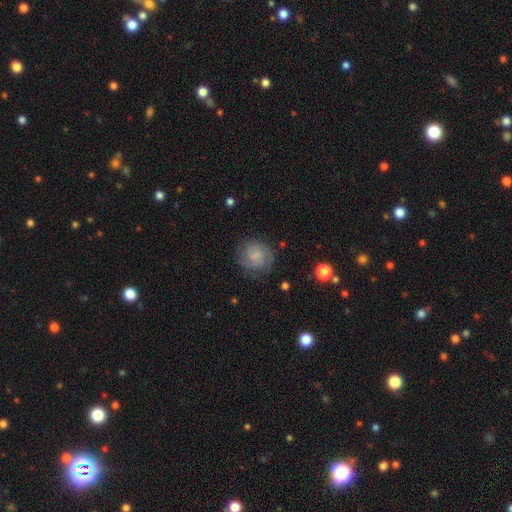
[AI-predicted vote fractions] A featured or disk galaxy (47%).

Vote fractions:
- Smooth or featured? featured or disk: 47% / smooth: 44% / star or artifact: 9%
- Merging? none: 75% / minor disturbance: 16% / major disturbance: 7% / merger: 2%